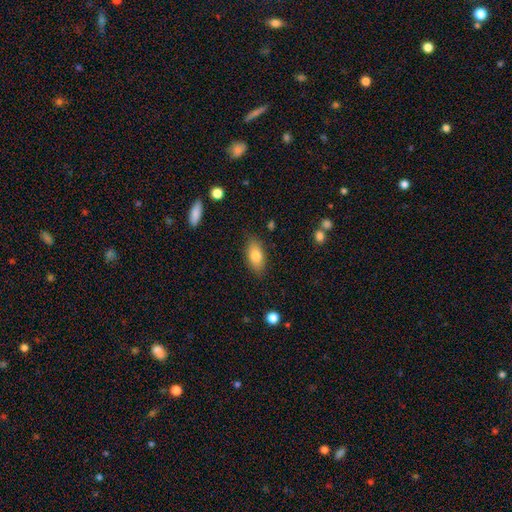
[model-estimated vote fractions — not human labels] smooth-or-featured: smooth: 80% | featured or disk: 13% | star or artifact: 7%
  how-rounded: in between: 89% | cigar-shaped: 7% | round: 4%
  merging: none: 84% | minor disturbance: 12% | major disturbance: 3% | merger: 1%